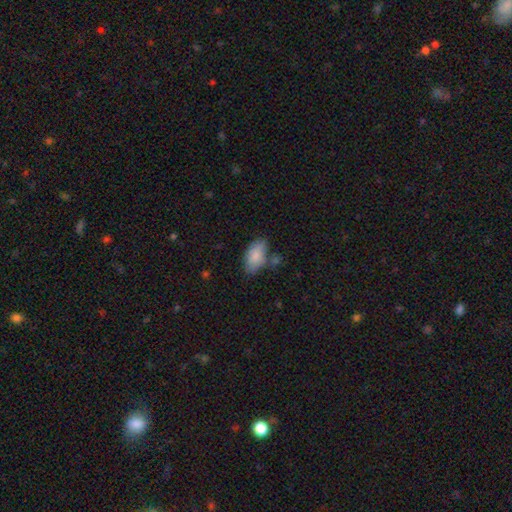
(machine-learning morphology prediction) Smooth or featured: smooth — 85% (featured or disk — 9%)
How rounded: in between — 94% (round — 4%)
Merging: none — 64% (minor disturbance — 22%)